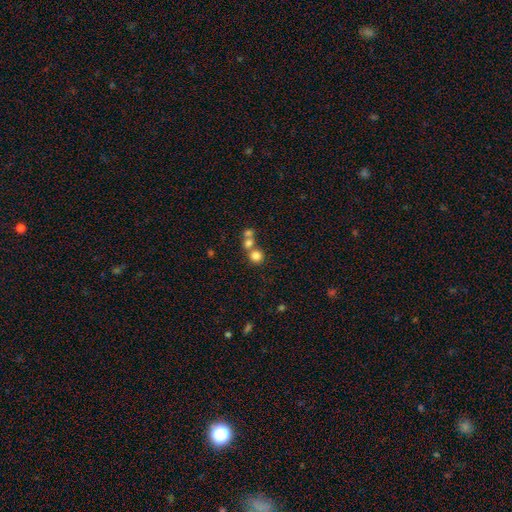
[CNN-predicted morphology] Smooth or featured?
  - smooth: 78% *
  - star or artifact: 13%
  - featured or disk: 9%
How rounded?
  - round: 89% *
  - in between: 10%
  - cigar-shaped: 1%
Merging?
  - none: 52% *
  - merger: 39%
  - minor disturbance: 6%
  - major disturbance: 3%